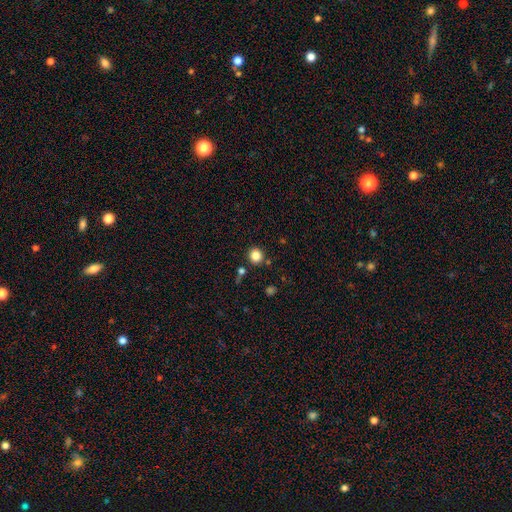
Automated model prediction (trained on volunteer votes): Smooth or featured?
  - smooth: 84% *
  - star or artifact: 12%
  - featured or disk: 5%
How rounded?
  - round: 92% *
  - in between: 7%
  - cigar-shaped: 1%
Merging?
  - none: 85% *
  - minor disturbance: 7%
  - merger: 6%
  - major disturbance: 3%